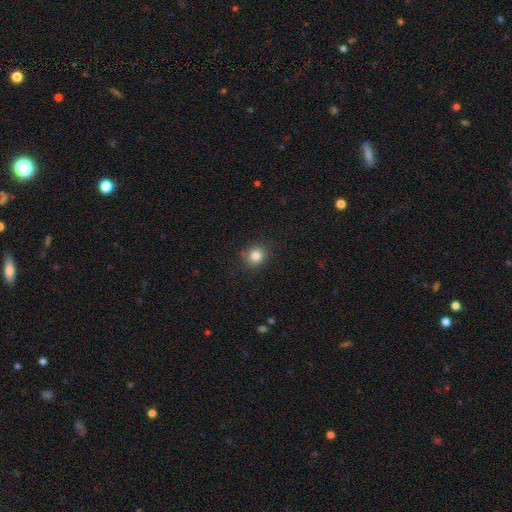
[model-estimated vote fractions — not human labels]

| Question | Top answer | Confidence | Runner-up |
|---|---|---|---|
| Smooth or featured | smooth | 83% | star or artifact (11%) |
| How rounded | round | 85% | in between (14%) |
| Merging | none | 85% | minor disturbance (11%) |